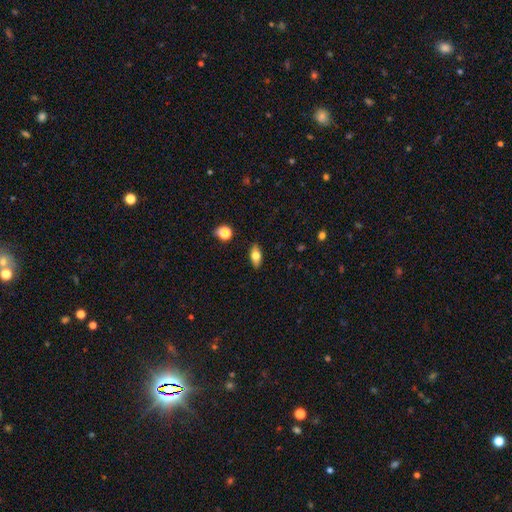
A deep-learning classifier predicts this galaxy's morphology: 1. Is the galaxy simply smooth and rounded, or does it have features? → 69% smooth, 22% featured or disk, 8% star or artifact.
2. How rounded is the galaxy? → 84% in between, 10% cigar-shaped, 6% round.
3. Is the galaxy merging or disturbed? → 88% none, 9% minor disturbance, 2% major disturbance, 2% merger.